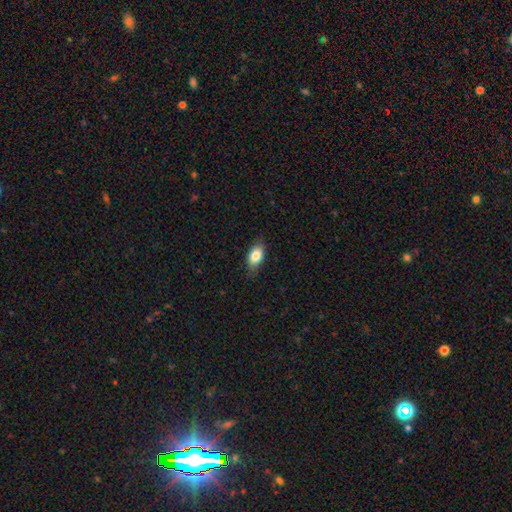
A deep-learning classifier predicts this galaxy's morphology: Overall: smooth (81%). How rounded: in between (89%). Merging: none (80%).